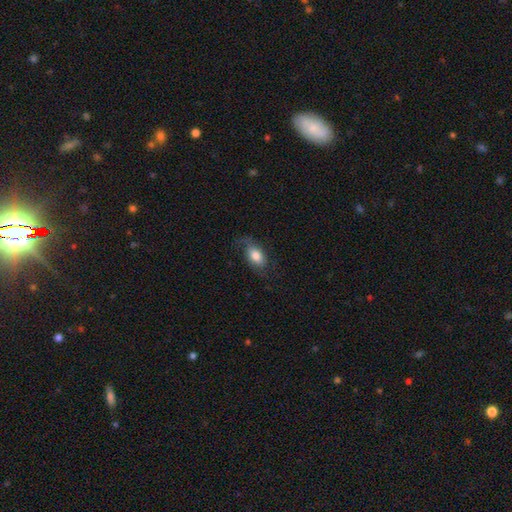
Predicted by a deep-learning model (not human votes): This appears to be a smooth galaxy with no disk features (73%) that is in between round and cigar-shaped (88%). Merging: none (62%).